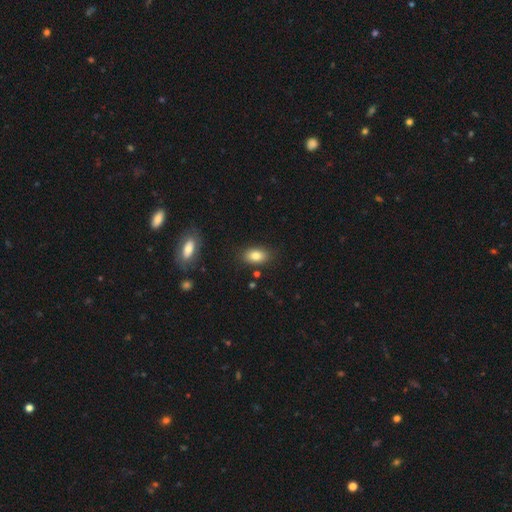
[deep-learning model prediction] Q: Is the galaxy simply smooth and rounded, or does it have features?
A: smooth — 83%.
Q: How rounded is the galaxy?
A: in between — 88%.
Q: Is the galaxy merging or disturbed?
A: none — 84%.